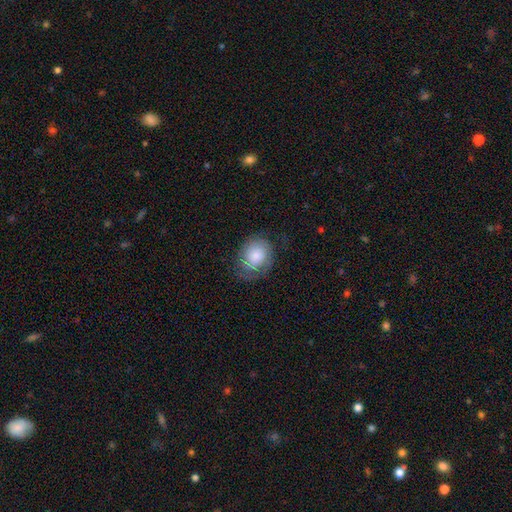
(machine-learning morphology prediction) smooth-or-featured: smooth: 64% | featured or disk: 29% | star or artifact: 8%
  how-rounded: round: 51% | in between: 48% | cigar-shaped: 1%
  merging: none: 61% | minor disturbance: 24% | major disturbance: 14% | merger: 1%